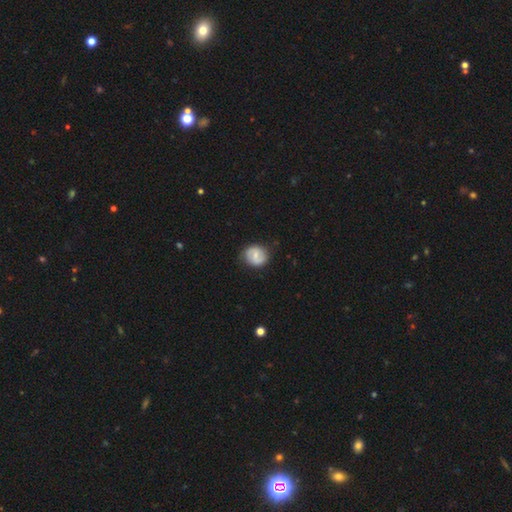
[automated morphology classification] Smooth or featured: featured or disk — 47% (smooth — 46%)
Merging: none — 82% (minor disturbance — 13%)